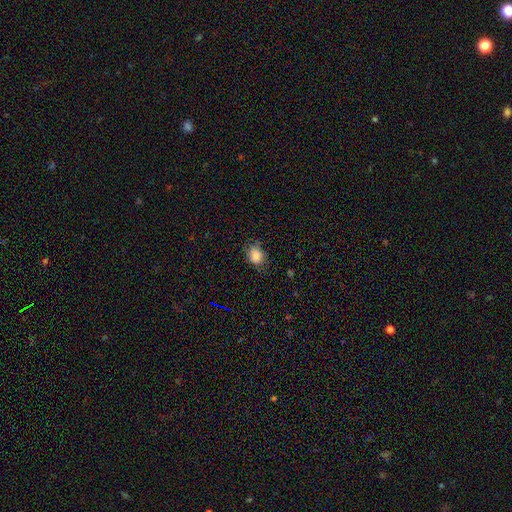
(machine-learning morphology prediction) type=smooth (83%); roundness=in between (51%); merging=none (70%).